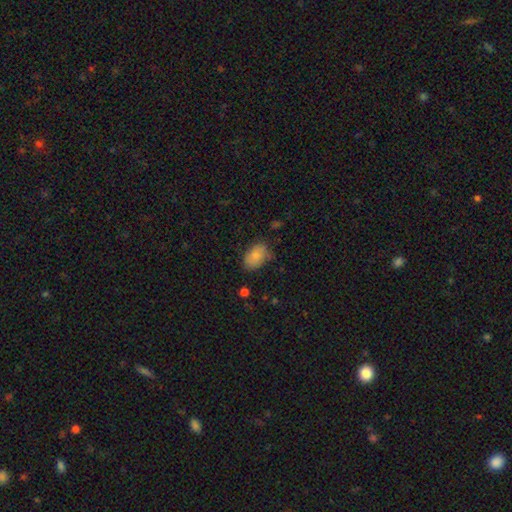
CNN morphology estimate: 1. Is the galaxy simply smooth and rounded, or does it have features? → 81% smooth, 11% featured or disk, 8% star or artifact.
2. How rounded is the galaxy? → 87% in between, 12% round, 1% cigar-shaped.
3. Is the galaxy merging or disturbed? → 69% none, 23% minor disturbance, 6% major disturbance, 2% merger.